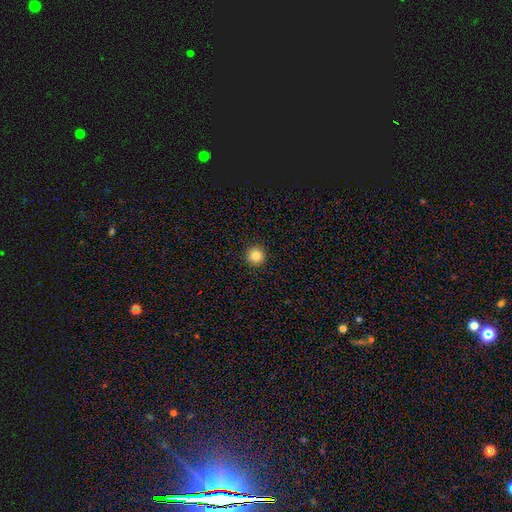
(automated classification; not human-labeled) Smooth or featured? smooth (84%)
How rounded? round (96%)
Merging? none (93%)